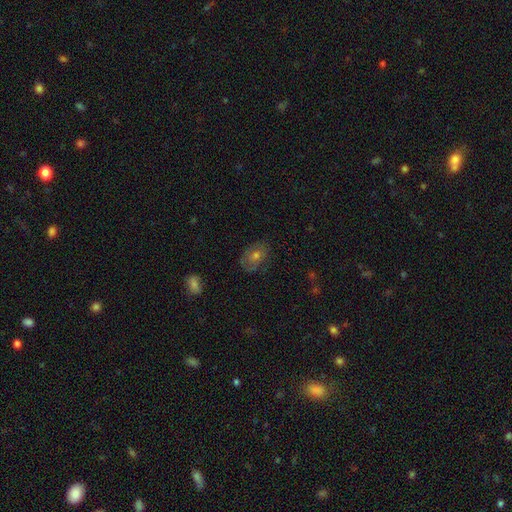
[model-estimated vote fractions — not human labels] Smooth or featured?
  - smooth: 44% *
  - featured or disk: 42%
  - star or artifact: 14%
Merging?
  - none: 73% *
  - minor disturbance: 18%
  - major disturbance: 7%
  - merger: 1%